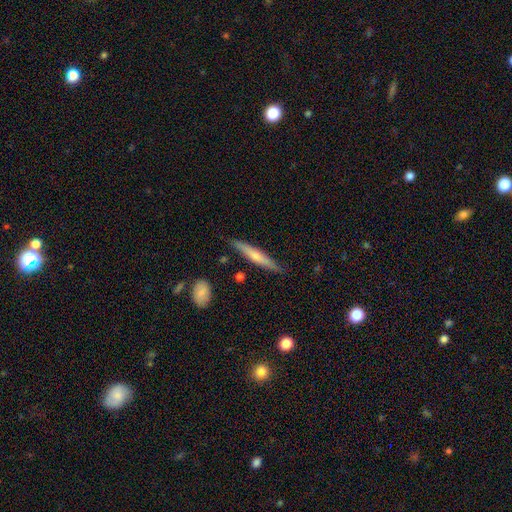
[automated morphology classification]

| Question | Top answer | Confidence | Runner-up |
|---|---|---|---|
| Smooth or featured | smooth | 54% | featured or disk (41%) |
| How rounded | cigar-shaped | 93% | in between (6%) |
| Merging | none | 84% | minor disturbance (12%) |